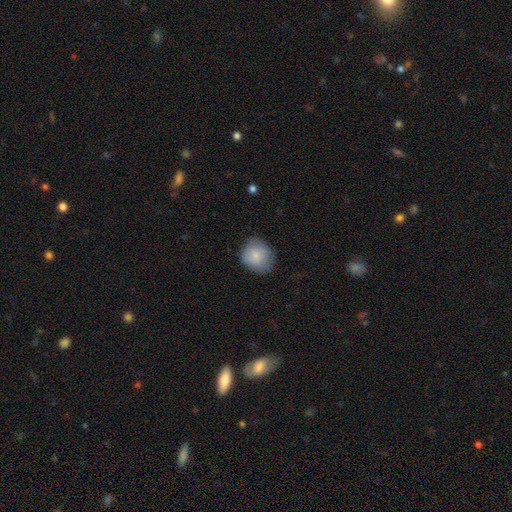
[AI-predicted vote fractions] Smooth or featured: smooth — 83% (featured or disk — 9%)
How rounded: round — 73% (in between — 26%)
Merging: none — 73% (minor disturbance — 21%)